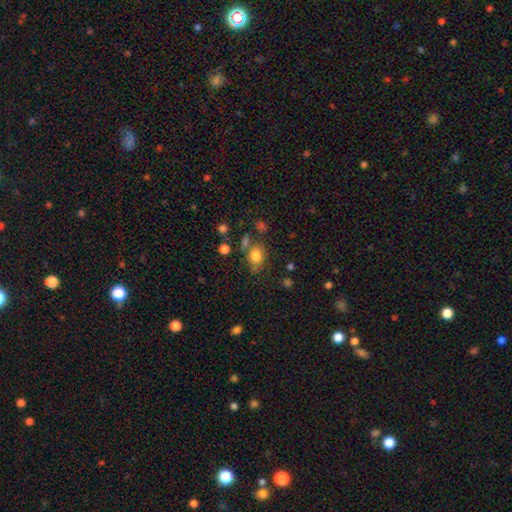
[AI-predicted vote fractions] Smooth or featured? smooth (80%)
How rounded? in between (66%)
Merging? none (61%)